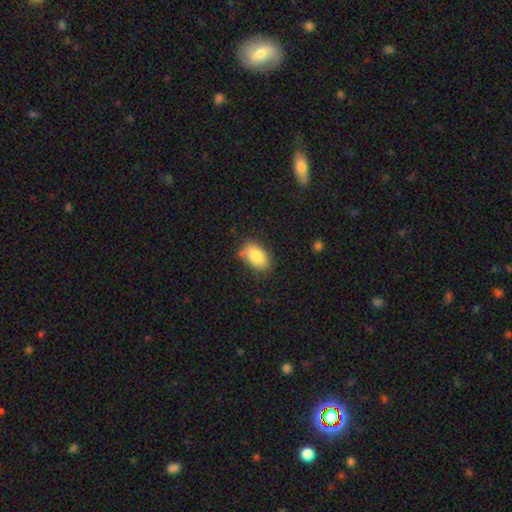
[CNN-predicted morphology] A smooth galaxy with no disk features (84%) that is in between round and cigar-shaped (91%). Merging: none (74%).